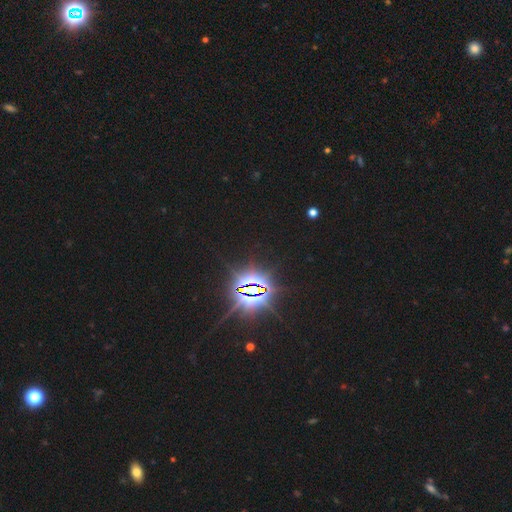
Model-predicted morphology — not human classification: A star or artifact, not a galaxy (86%).

Vote fractions:
- Smooth or featured? star or artifact: 86% / smooth: 9% / featured or disk: 5%